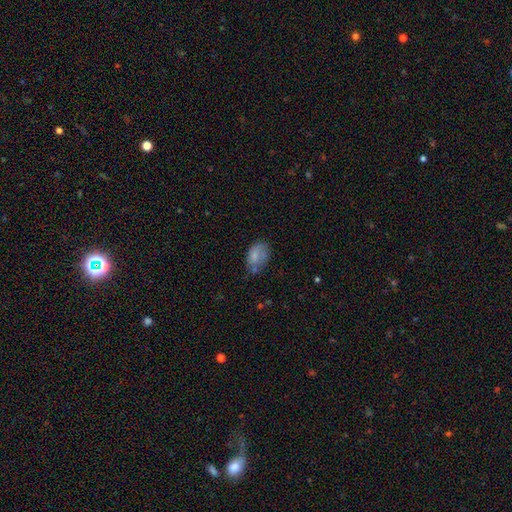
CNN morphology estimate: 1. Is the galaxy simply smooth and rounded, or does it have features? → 75% smooth, 16% featured or disk, 9% star or artifact.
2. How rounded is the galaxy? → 87% in between, 11% round, 2% cigar-shaped.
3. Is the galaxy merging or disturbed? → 49% none, 32% minor disturbance, 13% major disturbance, 6% merger.